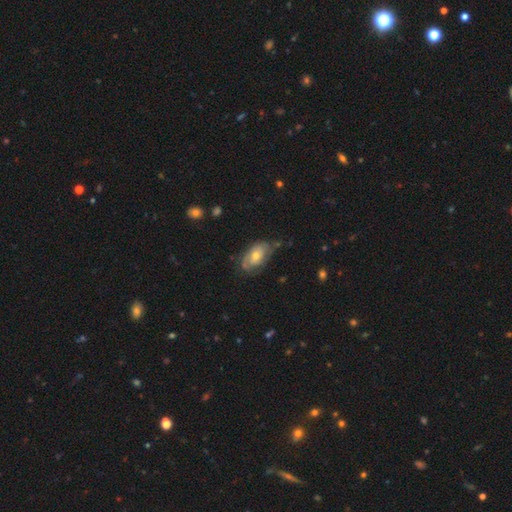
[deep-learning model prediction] Smooth or featured? Predicted: featured or disk (p=0.54). Edge-on disk? Predicted: no (p=0.92). Merging? Predicted: none (p=0.52).